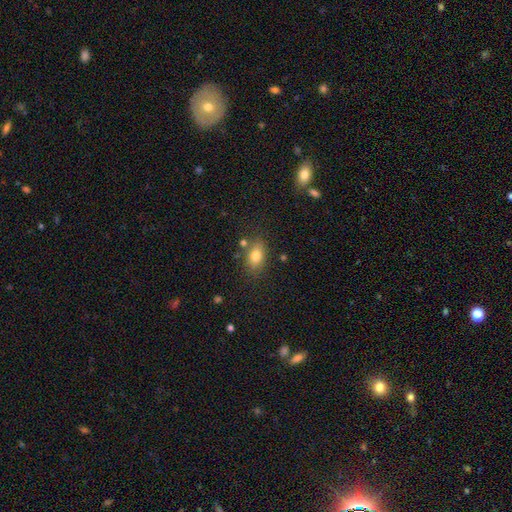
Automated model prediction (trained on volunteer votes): Smooth or featured: smooth — 78% (featured or disk — 13%)
How rounded: in between — 83% (round — 14%)
Merging: none — 76% (minor disturbance — 13%)